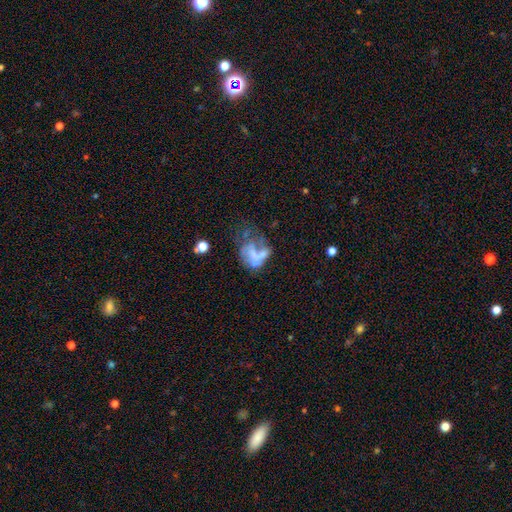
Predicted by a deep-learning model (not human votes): This appears to be a featured or disk galaxy (50%). Merging: major disturbance (49%).